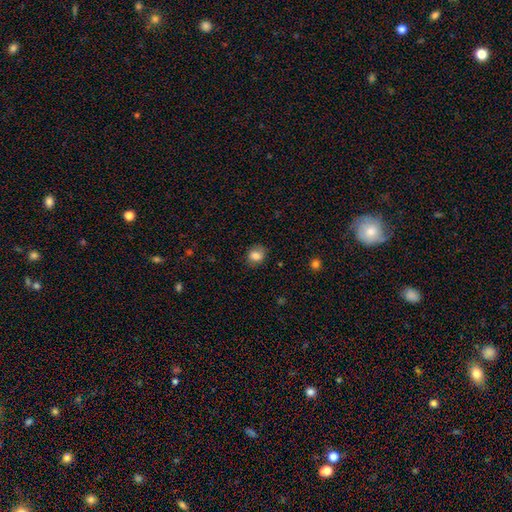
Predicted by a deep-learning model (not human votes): Morphology: type=smooth (81%); roundness=round (59%); merging=none (77%).